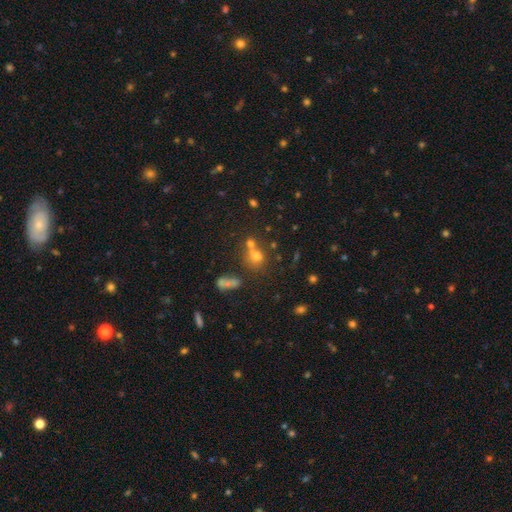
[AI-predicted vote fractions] Smooth or featured? Predicted: smooth (p=0.62). How rounded? Predicted: round (p=0.75). Merging? Predicted: none (p=0.44).